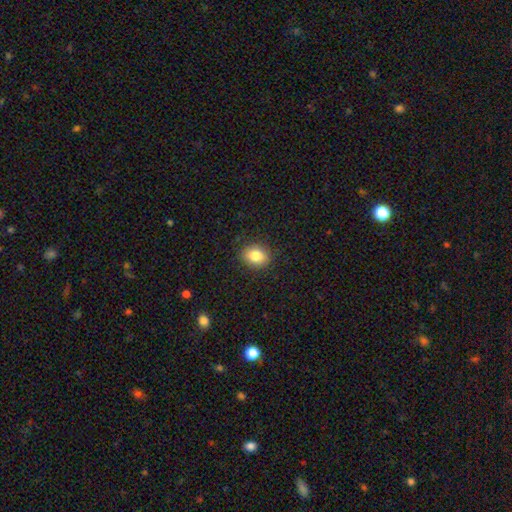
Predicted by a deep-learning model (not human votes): This is clearly a smooth galaxy (83%). How rounded: possibly in between (56%). Merging: clearly none (88%).